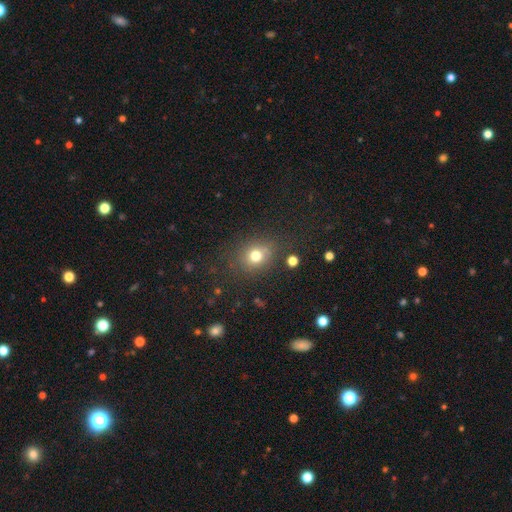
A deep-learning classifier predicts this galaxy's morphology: smooth 76%, star or artifact 15%, featured or disk 9%. Down the decision tree: how rounded — round (70%); merging — none (75%).